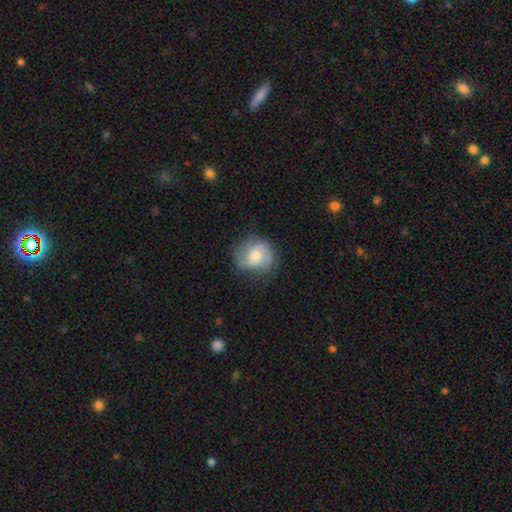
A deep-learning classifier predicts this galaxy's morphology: This appears to be a featured or disk galaxy (49%). Merging: none (68%).